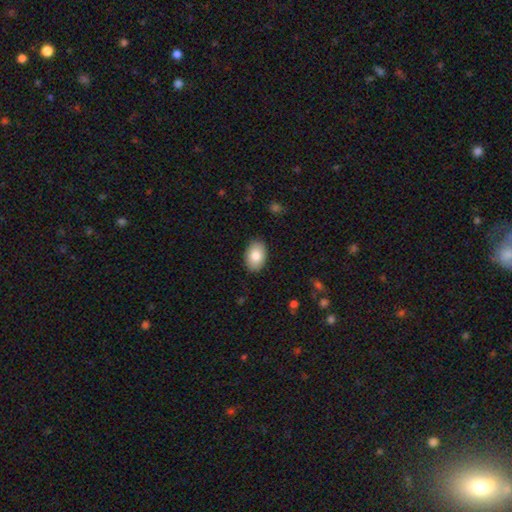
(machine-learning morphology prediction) This is clearly a smooth galaxy (84%). How rounded: clearly in between (86%). Merging: clearly none (88%).